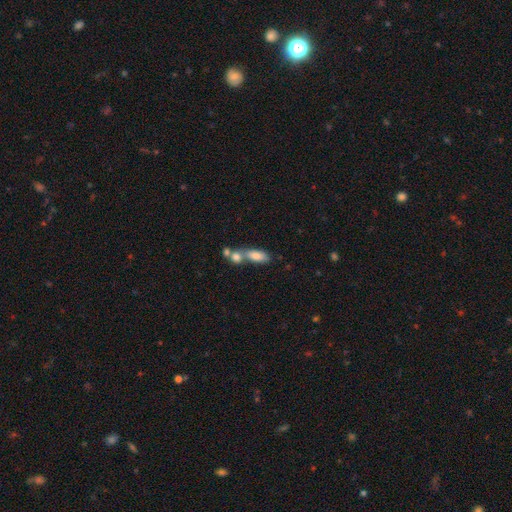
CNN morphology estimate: A smooth galaxy with no disk features (75%) that is in between round and cigar-shaped (74%).

Vote fractions:
- Smooth or featured? smooth: 75% / featured or disk: 16% / star or artifact: 9%
- How rounded? in between: 74% / cigar-shaped: 20% / round: 6%
- Merging? merger: 53% / none: 32% / minor disturbance: 9% / major disturbance: 5%